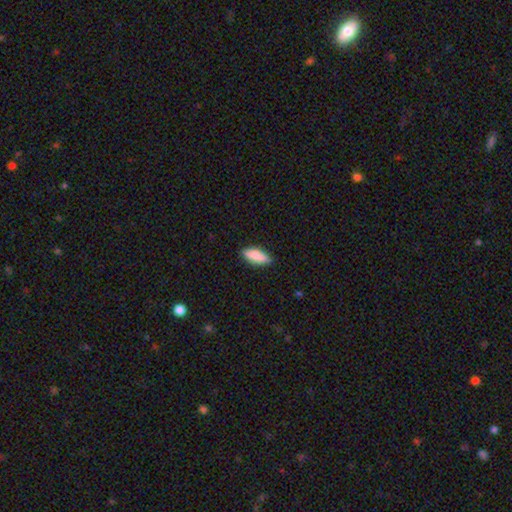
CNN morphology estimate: Smooth or featured? Predicted: smooth (p=0.86). How rounded? Predicted: in between (p=0.63). Merging? Predicted: none (p=0.87).